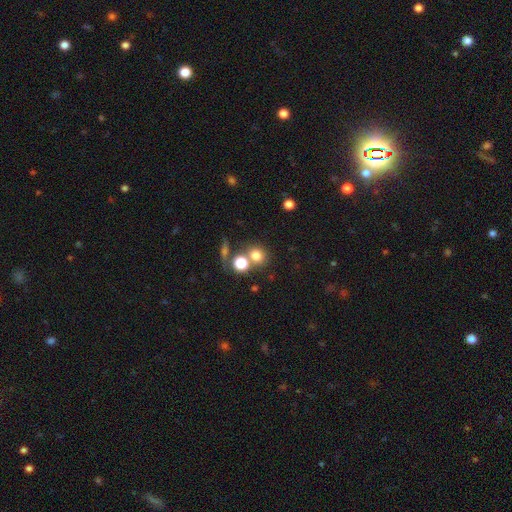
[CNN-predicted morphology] smooth_or_featured: smooth (p=0.74) [alt: star or artifact p=0.16]
how_rounded: round (p=0.82) [alt: in between p=0.17]
merging: none (p=0.60) [alt: merger p=0.26]